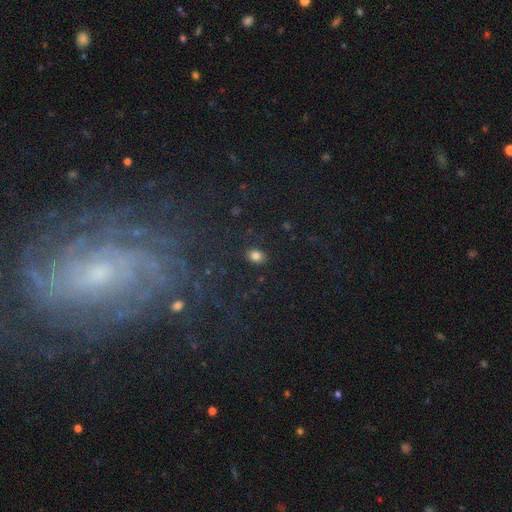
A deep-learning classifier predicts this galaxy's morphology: Smooth or featured? Predicted: smooth (p=0.81). How rounded? Predicted: in between (p=0.67). Merging? Predicted: none (p=0.85).